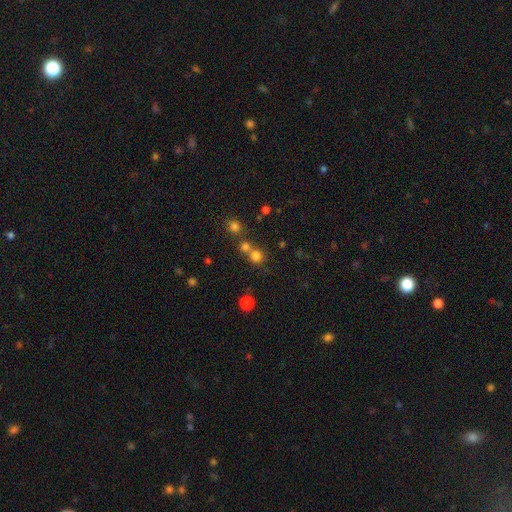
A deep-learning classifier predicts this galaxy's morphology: Q: Smooth or featured?
A: smooth (75%); runner-up: star or artifact (18%)
Q: How rounded?
A: round (90%); runner-up: in between (9%)
Q: Merging?
A: none (58%); runner-up: merger (33%)